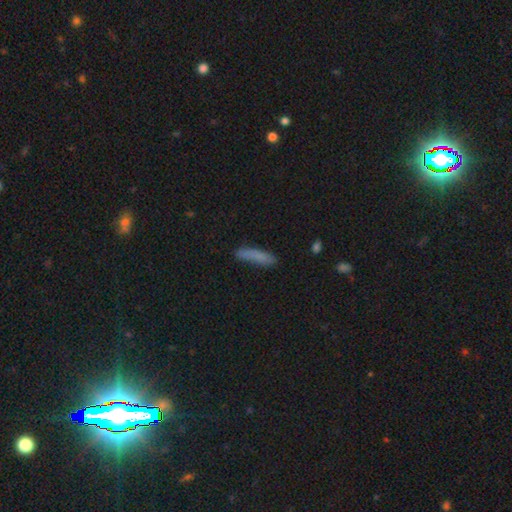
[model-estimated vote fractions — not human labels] smooth_or_featured: smooth (p=0.79) [alt: featured or disk p=0.12]
how_rounded: cigar-shaped (p=0.83) [alt: in between p=0.15]
merging: none (p=0.72) [alt: minor disturbance p=0.20]